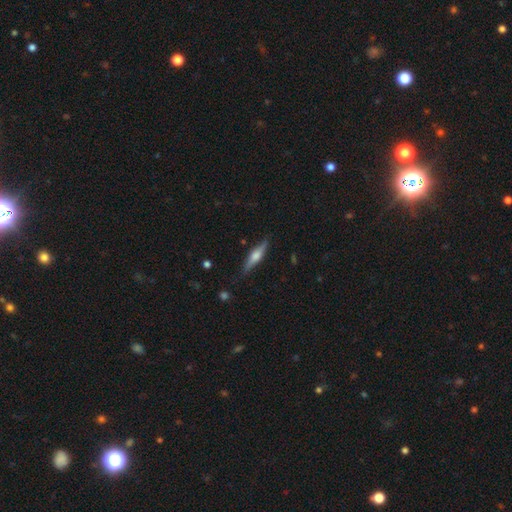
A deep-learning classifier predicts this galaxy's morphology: smooth-or-featured: featured or disk: 56% | smooth: 38% | star or artifact: 6%
  disk-edge-on: yes: 95% | no: 5%
    edge-on-bulge: rounded: 84% | boxy: 11% | none: 5%
  merging: none: 84% | minor disturbance: 12% | major disturbance: 2% | merger: 1%